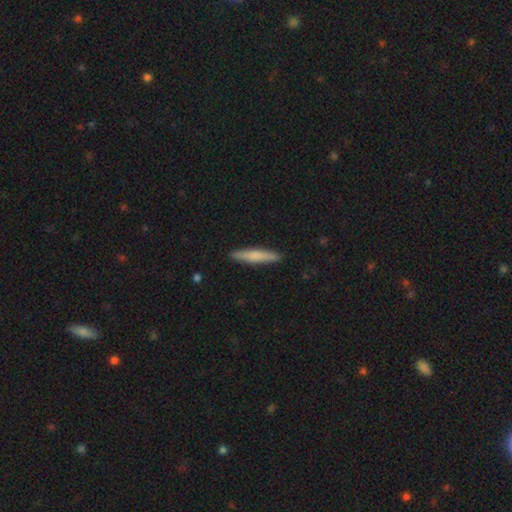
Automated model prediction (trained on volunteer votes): The model was most divided on "smooth or featured": smooth: 68%, featured or disk: 27%, star or artifact: 5%. More confident: how rounded — cigar-shaped (92%); merging — none (91%).